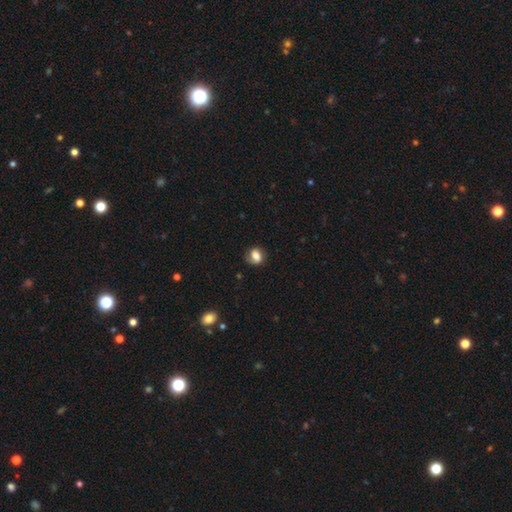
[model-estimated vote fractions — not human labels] Morphology: type=smooth (69%); roundness=round (54%); merging=none (74%).